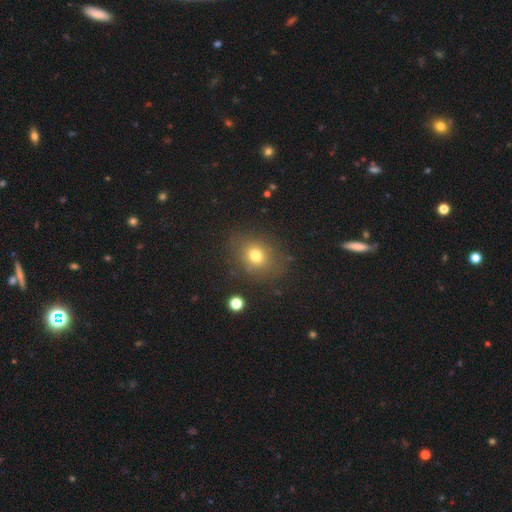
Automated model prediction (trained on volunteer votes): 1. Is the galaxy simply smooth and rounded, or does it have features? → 74% smooth, 15% star or artifact, 11% featured or disk.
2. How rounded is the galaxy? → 50% round, 48% in between, 1% cigar-shaped.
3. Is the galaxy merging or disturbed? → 80% none, 13% minor disturbance, 5% major disturbance, 2% merger.